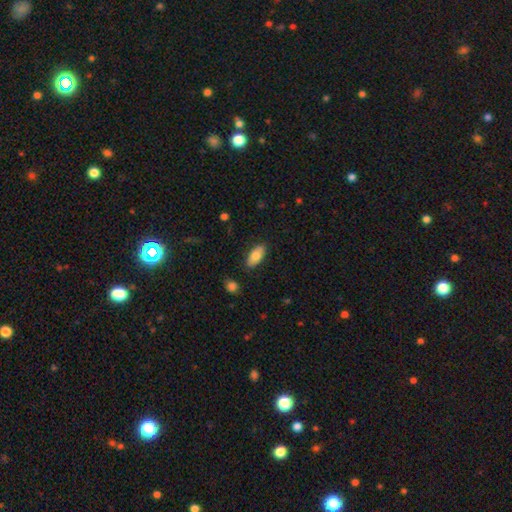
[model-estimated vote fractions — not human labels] Morphology: type=smooth (76%); roundness=in between (89%); merging=none (85%).